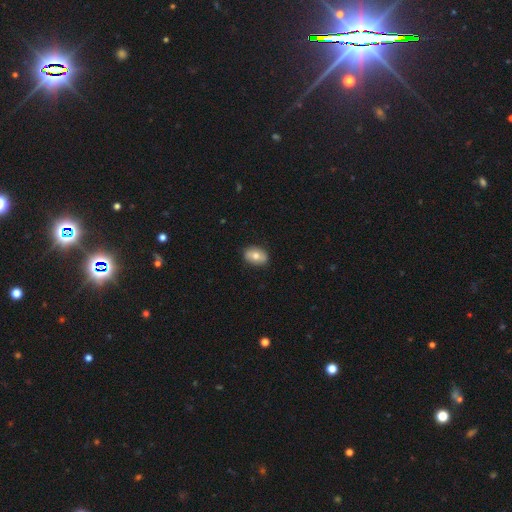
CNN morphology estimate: A smooth galaxy with no disk features (70%) that is in between round and cigar-shaped (79%). Merging: none (87%).